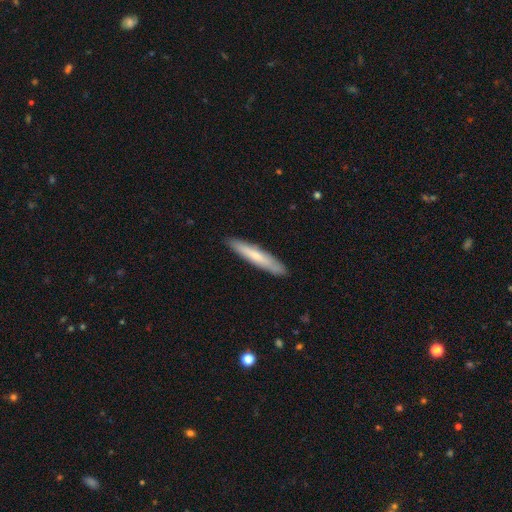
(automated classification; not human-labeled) Morphology: type=smooth (66%); roundness=cigar-shaped (92%); merging=none (90%).